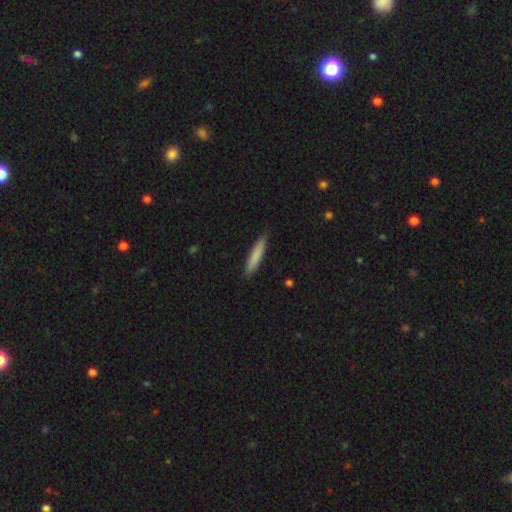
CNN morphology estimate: Smooth or featured?
  - smooth: 81% *
  - featured or disk: 13%
  - star or artifact: 6%
How rounded?
  - cigar-shaped: 89% *
  - in between: 10%
  - round: 1%
Merging?
  - none: 84% *
  - minor disturbance: 13%
  - major disturbance: 2%
  - merger: 1%